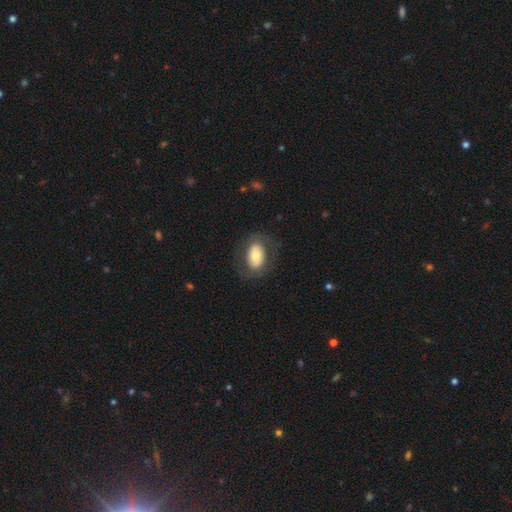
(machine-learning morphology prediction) Smooth or featured: smooth — 63% (featured or disk — 30%)
How rounded: in between — 85% (round — 13%)
Merging: none — 73% (minor disturbance — 15%)